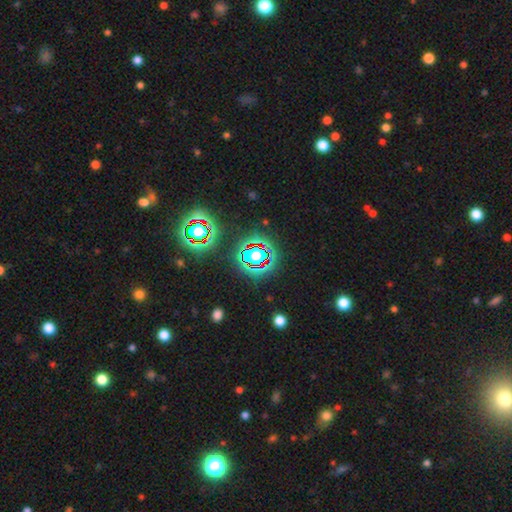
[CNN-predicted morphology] A star or artifact, not a galaxy (64%).